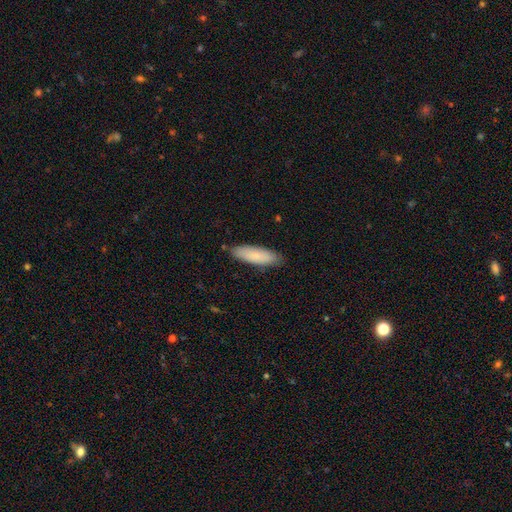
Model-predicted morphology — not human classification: smooth-or-featured: smooth: 81% | featured or disk: 13% | star or artifact: 6%
  how-rounded: in between: 50% | cigar-shaped: 49% | round: 2%
  merging: none: 85% | minor disturbance: 12% | major disturbance: 2% | merger: 1%